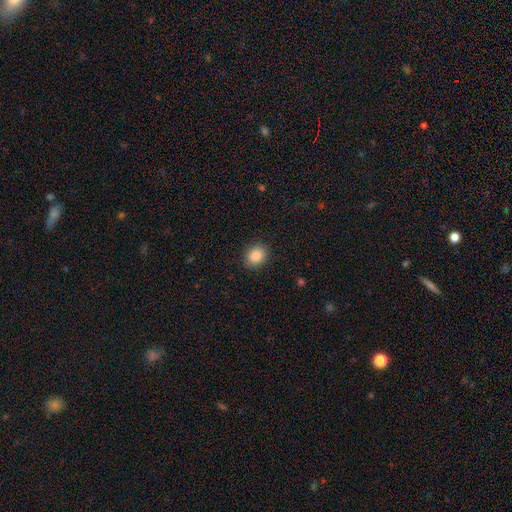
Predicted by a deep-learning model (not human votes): smooth_or_featured: smooth (p=0.86) [alt: star or artifact p=0.09]
how_rounded: round (p=0.61) [alt: in between p=0.38]
merging: none (p=0.90) [alt: minor disturbance p=0.07]